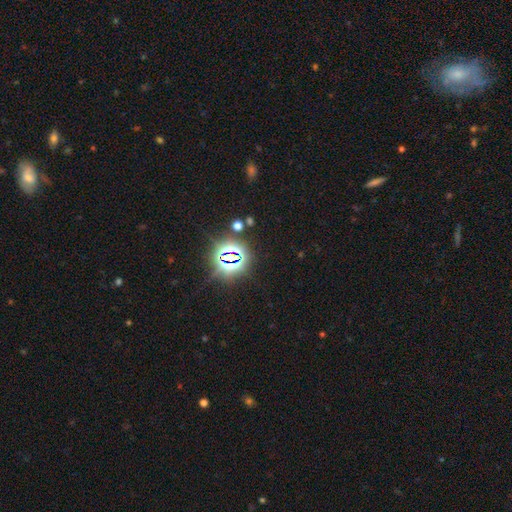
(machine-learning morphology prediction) The model was most divided on "smooth or featured": star or artifact: 82%, smooth: 11%, featured or disk: 7%.